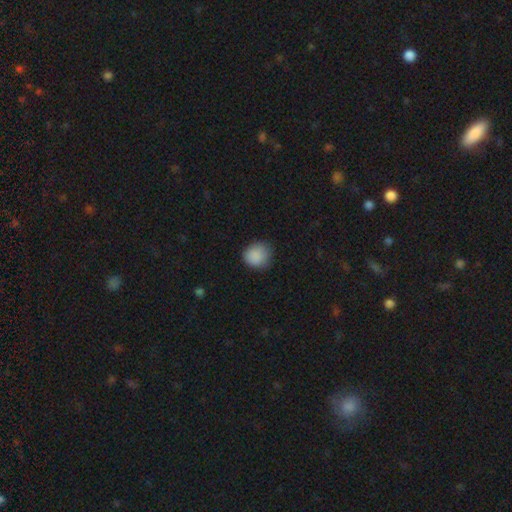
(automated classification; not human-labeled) smooth 88%, star or artifact 8%, featured or disk 4%. Down the decision tree: how rounded — round (83%); merging — none (78%).